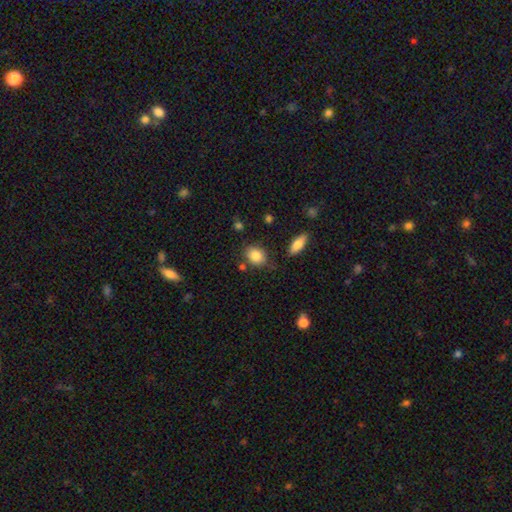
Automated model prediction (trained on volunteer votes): This is clearly a smooth galaxy (85%). How rounded: possibly in between (52%). Merging: likely none (75%).